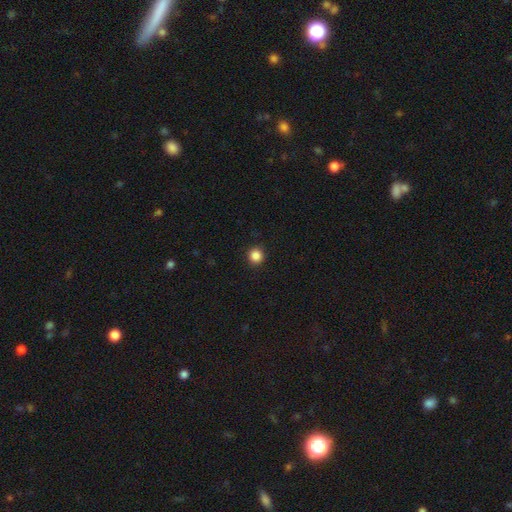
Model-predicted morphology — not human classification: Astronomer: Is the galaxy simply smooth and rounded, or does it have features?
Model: smooth — 87%.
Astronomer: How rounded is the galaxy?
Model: round — 95%.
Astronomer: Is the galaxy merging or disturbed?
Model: none — 93%.